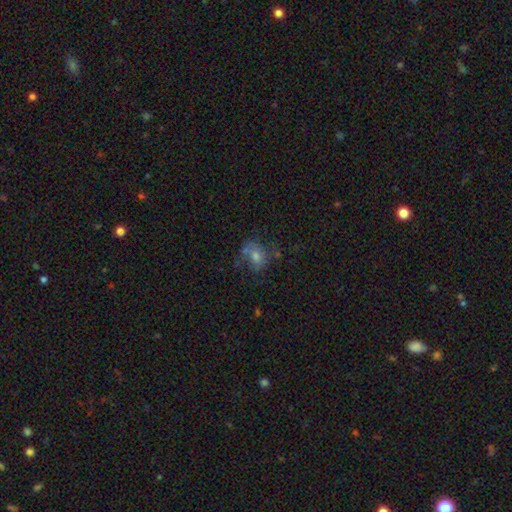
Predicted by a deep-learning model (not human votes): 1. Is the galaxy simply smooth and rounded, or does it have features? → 40% smooth, 39% featured or disk, 20% star or artifact.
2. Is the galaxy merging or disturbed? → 50% none, 22% minor disturbance, 20% major disturbance, 8% merger.